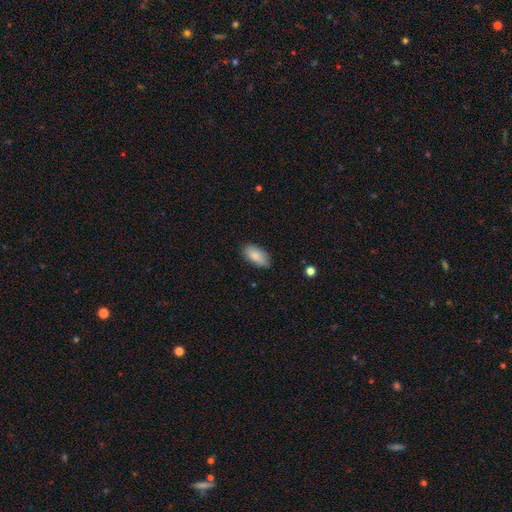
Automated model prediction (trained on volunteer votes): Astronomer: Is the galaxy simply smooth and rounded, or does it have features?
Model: smooth — 86%.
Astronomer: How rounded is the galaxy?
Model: in between — 91%.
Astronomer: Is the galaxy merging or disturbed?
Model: none — 83%.